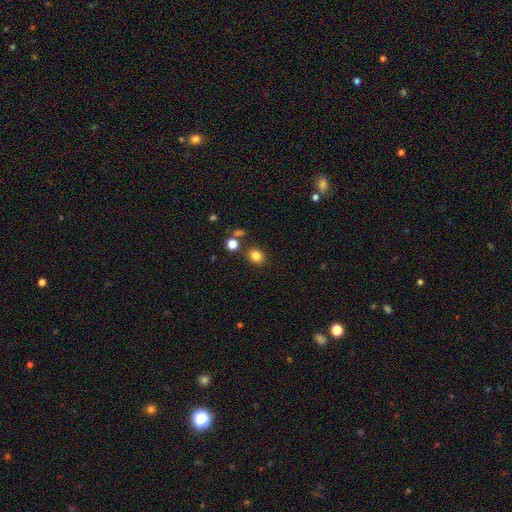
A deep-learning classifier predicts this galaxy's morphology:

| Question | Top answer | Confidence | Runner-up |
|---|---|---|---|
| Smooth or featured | smooth | 82% | star or artifact (12%) |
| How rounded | round | 56% | in between (43%) |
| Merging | none | 80% | minor disturbance (10%) |